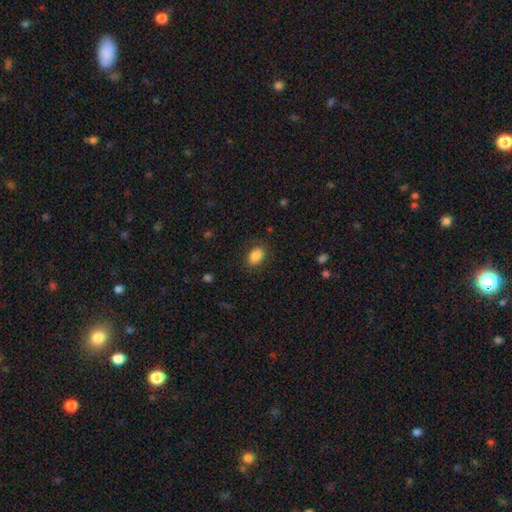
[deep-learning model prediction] smooth 86%, star or artifact 8%, featured or disk 5%. Down the decision tree: how rounded — in between (77%); merging — none (83%).